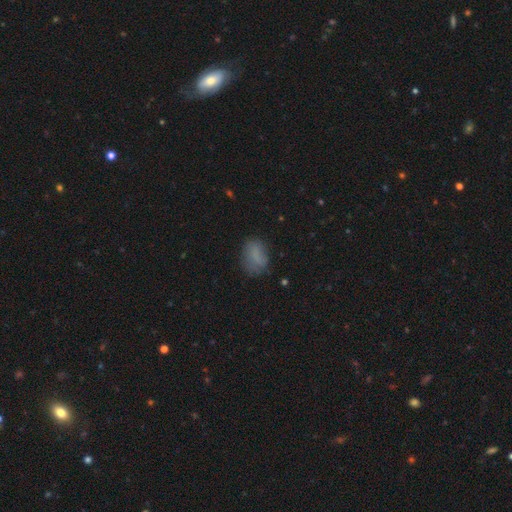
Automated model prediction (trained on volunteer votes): This is likely a smooth galaxy (74%). How rounded: likely in between (79%). Merging: likely none (61%).